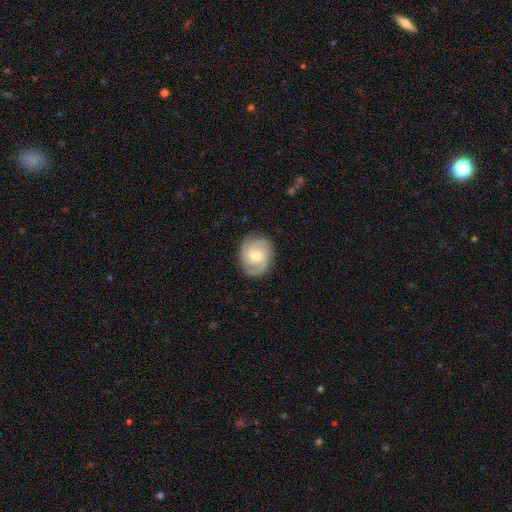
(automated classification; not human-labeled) Smooth or featured?
  - featured or disk: 80% *
  - smooth: 15%
  - star or artifact: 5%
Edge-on disk?
  - no: 97% *
  - yes: 3%
Bar?
  - no: 45% * (tied)
  - weak: 45% * (tied)
  - strong: 10%
Spiral arms?
  - yes: 96% *
  - no: 4%
Spiral winding?
  - medium: 45% *
  - tight: 43%
  - loose: 12%
Spiral arm count?
  - 2: 40% *
  - 3: 36%
  - can't tell: 12%
  - 4: 5%
  - 1: 4%
  - more than 4: 3%
Bulge size?
  - moderate: 63% *
  - small: 30%
  - large: 4%
  - none: 1%
  - dominant: 1%
Merging?
  - none: 82% *
  - minor disturbance: 13%
  - major disturbance: 4%
  - merger: 1%